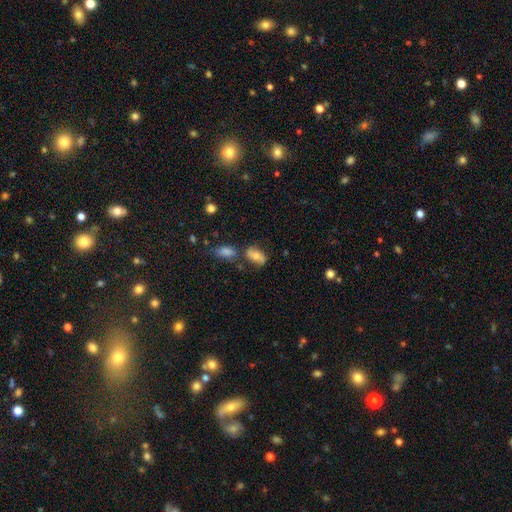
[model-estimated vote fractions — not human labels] smooth-or-featured: smooth: 59% | featured or disk: 31% | star or artifact: 10%
  how-rounded: in between: 87% | round: 9% | cigar-shaped: 4%
  merging: none: 58% | minor disturbance: 20% | merger: 15% | major disturbance: 7%